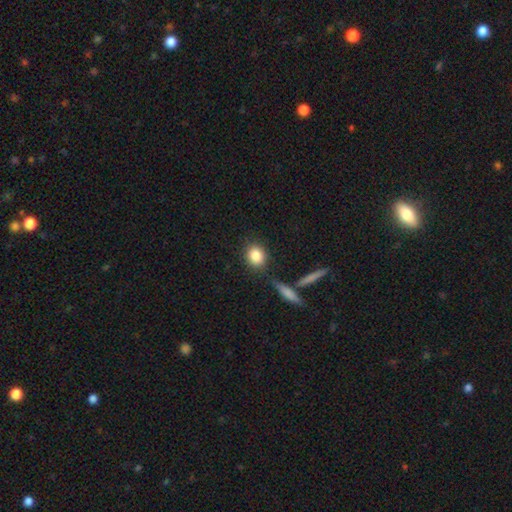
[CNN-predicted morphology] smooth_or_featured: smooth (p=0.84) [alt: star or artifact p=0.09]
how_rounded: round (p=0.61) [alt: in between p=0.37]
merging: none (p=0.79) [alt: minor disturbance p=0.11]